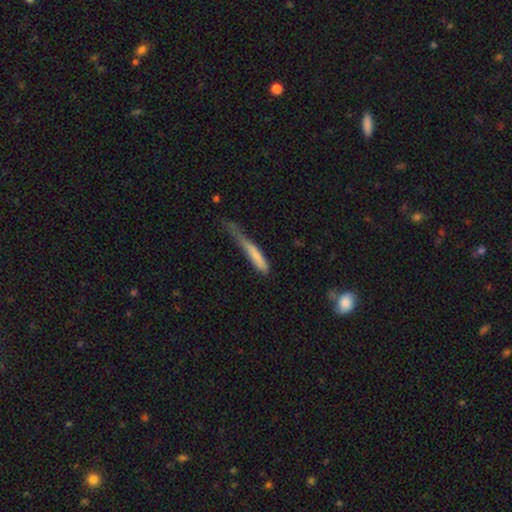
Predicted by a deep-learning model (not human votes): Smooth or featured? smooth (73%)
How rounded? cigar-shaped (91%)
Merging? minor disturbance (35%)